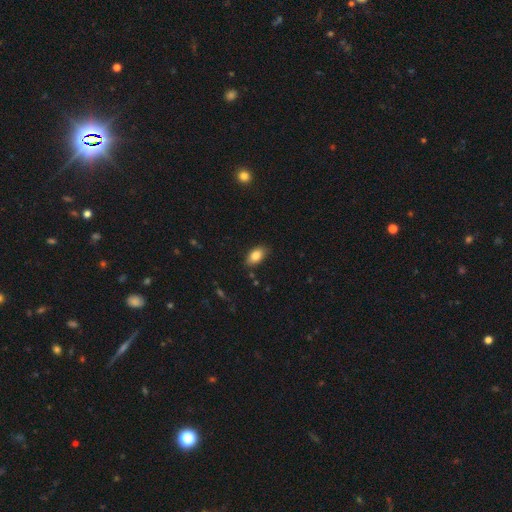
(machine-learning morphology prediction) smooth-or-featured: smooth: 84% | featured or disk: 8% | star or artifact: 8%
  how-rounded: in between: 92% | round: 6% | cigar-shaped: 2%
  merging: none: 84% | minor disturbance: 12% | major disturbance: 2% | merger: 2%